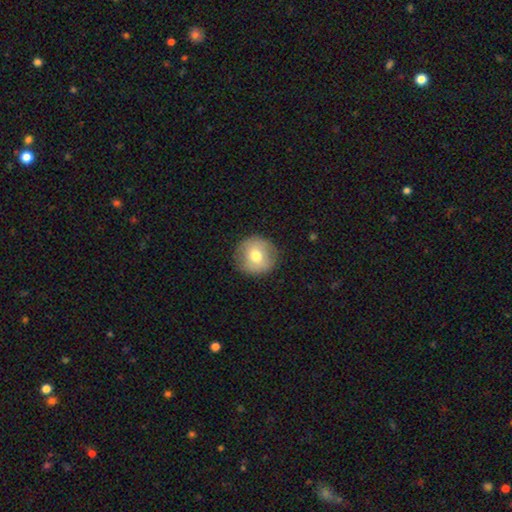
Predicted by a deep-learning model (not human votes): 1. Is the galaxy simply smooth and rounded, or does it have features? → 69% smooth, 23% featured or disk, 8% star or artifact.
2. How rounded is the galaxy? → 93% round, 6% in between, 1% cigar-shaped.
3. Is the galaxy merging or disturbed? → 87% none, 10% minor disturbance, 3% major disturbance, 1% merger.